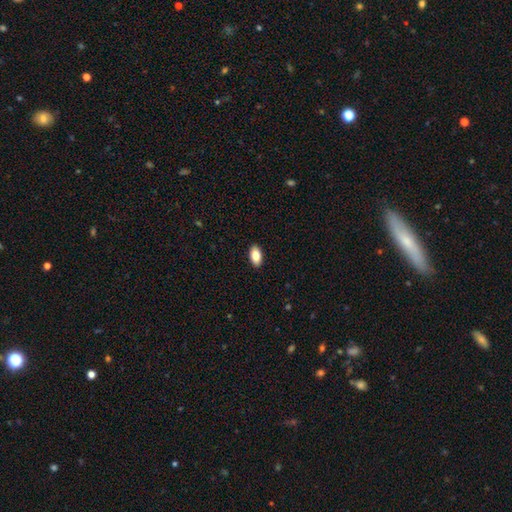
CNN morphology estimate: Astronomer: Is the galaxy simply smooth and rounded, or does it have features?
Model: smooth — 86%.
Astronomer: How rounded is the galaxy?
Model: in between — 93%.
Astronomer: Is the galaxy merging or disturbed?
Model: none — 91%.